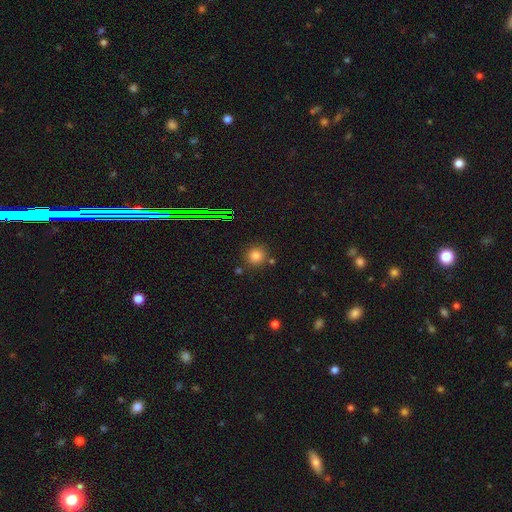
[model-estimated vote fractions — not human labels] This appears to be a smooth galaxy with no disk features (77%) that is round (92%). Merging: none (82%).